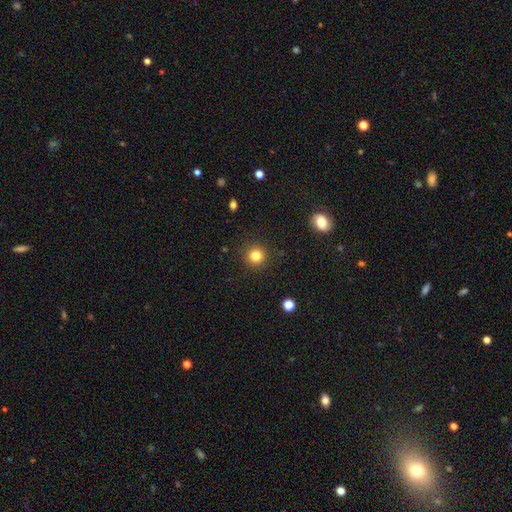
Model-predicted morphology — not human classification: type=smooth (81%); roundness=round (94%); merging=none (91%).